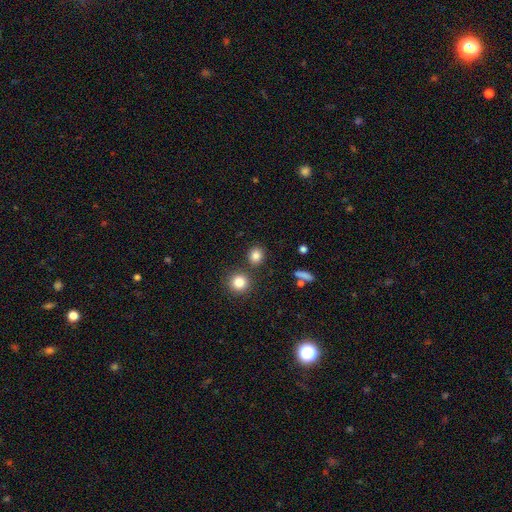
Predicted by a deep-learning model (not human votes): Q: Smooth or featured?
A: smooth (83%); runner-up: star or artifact (12%)
Q: How rounded?
A: round (79%); runner-up: in between (20%)
Q: Merging?
A: none (81%); runner-up: merger (9%)